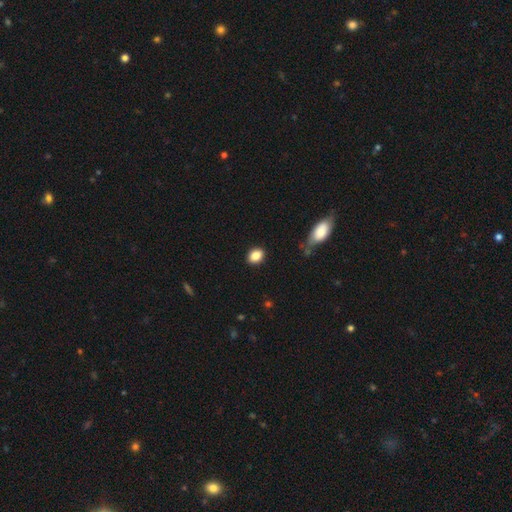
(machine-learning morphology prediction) Smooth or featured? smooth (87%)
How rounded? in between (62%)
Merging? none (89%)